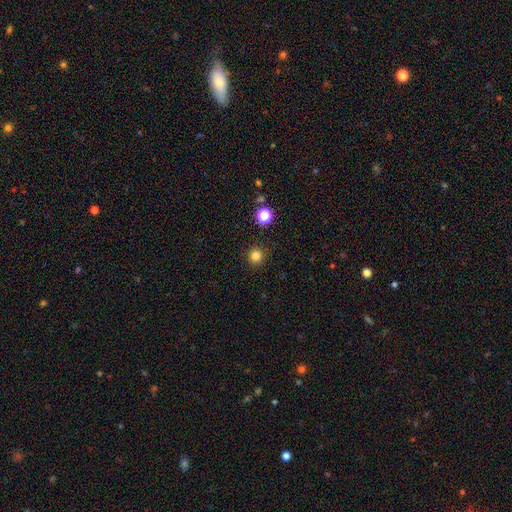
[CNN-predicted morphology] smooth-or-featured: smooth: 81% | star or artifact: 14% | featured or disk: 5%
  how-rounded: round: 94% | in between: 5% | cigar-shaped: 1%
  merging: none: 91% | minor disturbance: 6% | major disturbance: 2% | merger: 1%